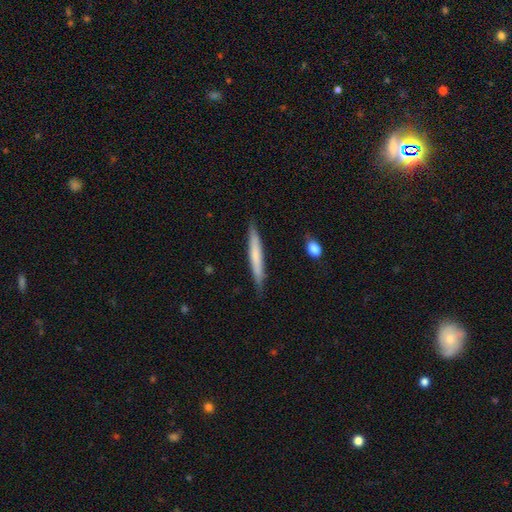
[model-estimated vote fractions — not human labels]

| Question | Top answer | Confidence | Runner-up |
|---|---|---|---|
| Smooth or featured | smooth | 64% | featured or disk (30%) |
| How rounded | cigar-shaped | 95% | in between (4%) |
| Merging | none | 85% | minor disturbance (11%) |